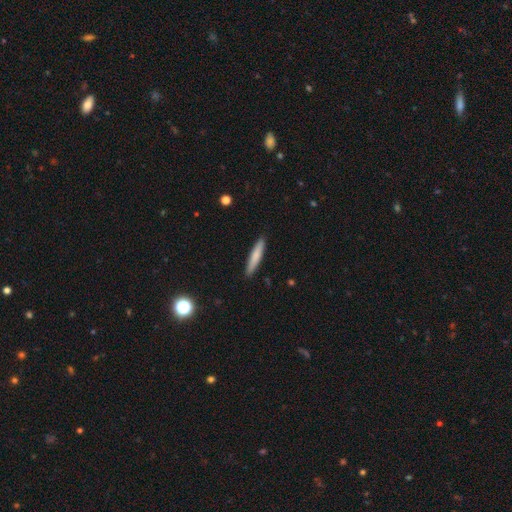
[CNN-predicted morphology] Overall: smooth (77%). How rounded: cigar-shaped (91%). Merging: none (90%).